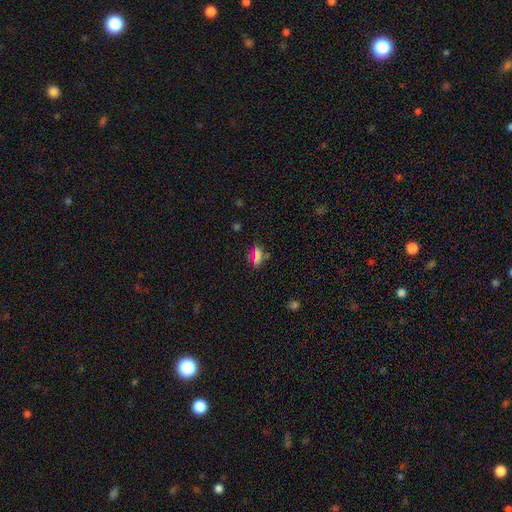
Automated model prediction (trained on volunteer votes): Q: Smooth or featured?
A: smooth (65%); runner-up: star or artifact (23%)
Q: How rounded?
A: in between (62%); runner-up: round (22%)
Q: Merging?
A: none (80%); runner-up: minor disturbance (13%)